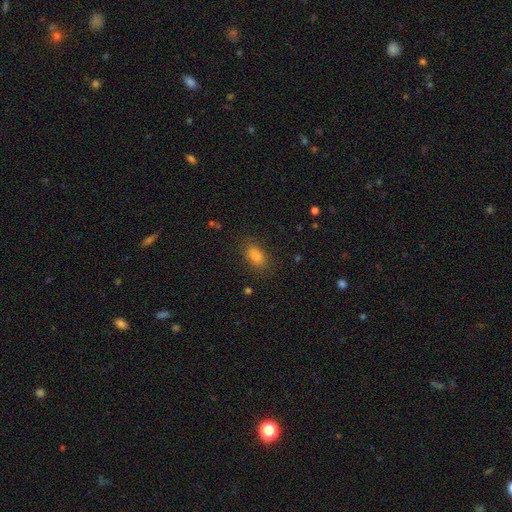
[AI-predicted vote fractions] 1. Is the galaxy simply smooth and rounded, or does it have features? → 82% smooth, 11% star or artifact, 7% featured or disk.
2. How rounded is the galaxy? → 87% in between, 9% round, 4% cigar-shaped.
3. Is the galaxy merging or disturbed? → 84% none, 11% minor disturbance, 3% major disturbance, 1% merger.